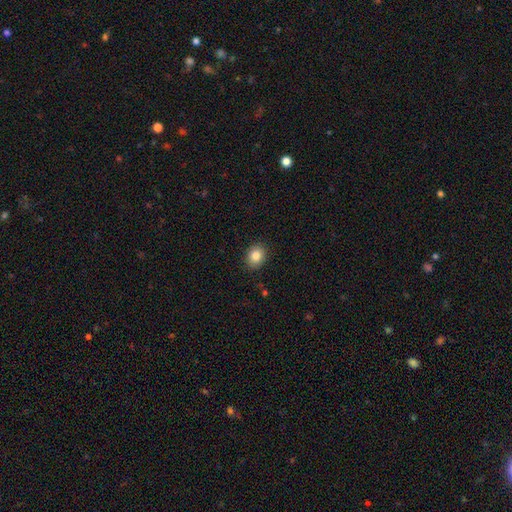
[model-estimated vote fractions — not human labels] A smooth galaxy with no disk features (85%) that is round (51%). Merging: none (89%).